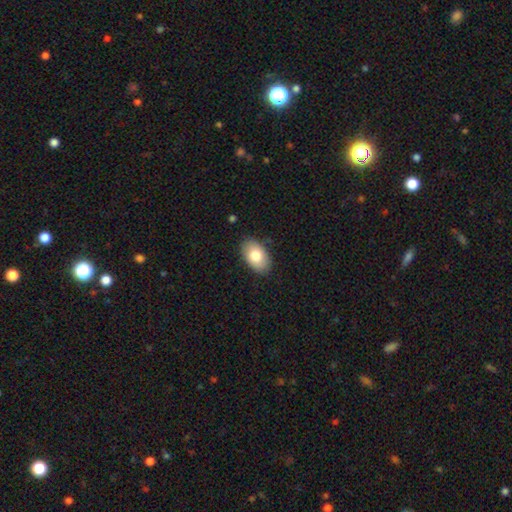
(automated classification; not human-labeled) Smooth or featured?
  - smooth: 78% *
  - featured or disk: 15%
  - star or artifact: 7%
How rounded?
  - in between: 92% *
  - round: 6%
  - cigar-shaped: 1%
Merging?
  - none: 86% *
  - minor disturbance: 11%
  - major disturbance: 2%
  - merger: 1%